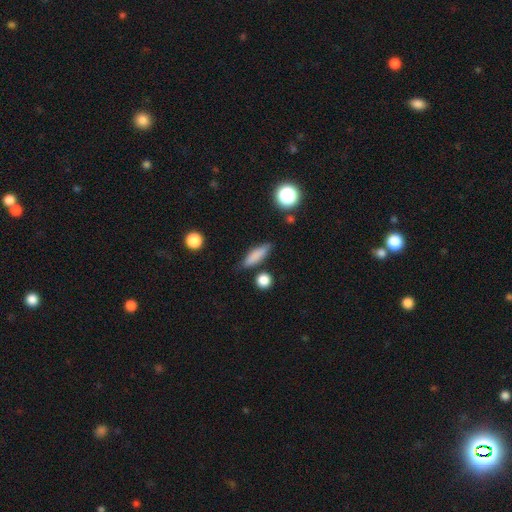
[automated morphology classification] The model was most divided on "how rounded": cigar-shaped: 58%, in between: 38%, round: 4%. More confident: smooth or featured — smooth (79%); merging — none (79%).